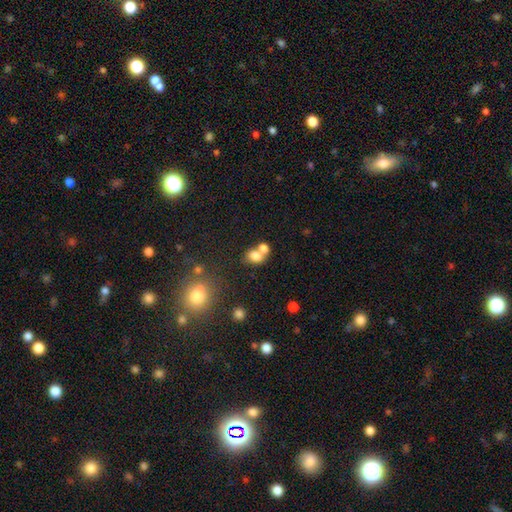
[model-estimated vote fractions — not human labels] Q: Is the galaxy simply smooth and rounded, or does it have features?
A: smooth — 75%.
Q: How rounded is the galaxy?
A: in between — 60%.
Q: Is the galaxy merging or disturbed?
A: merger — 48%.